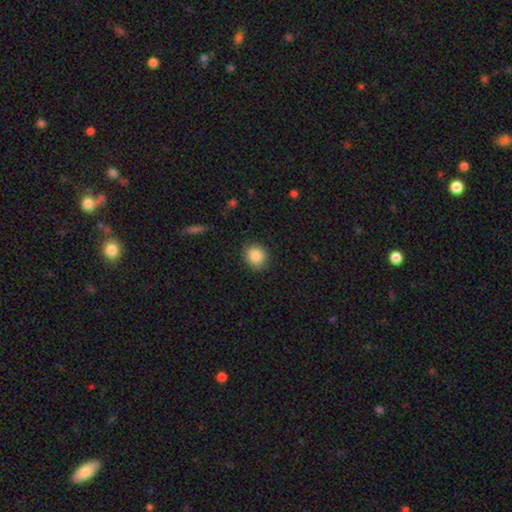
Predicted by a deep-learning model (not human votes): Morphology: type=smooth (88%); roundness=round (78%); merging=none (88%).